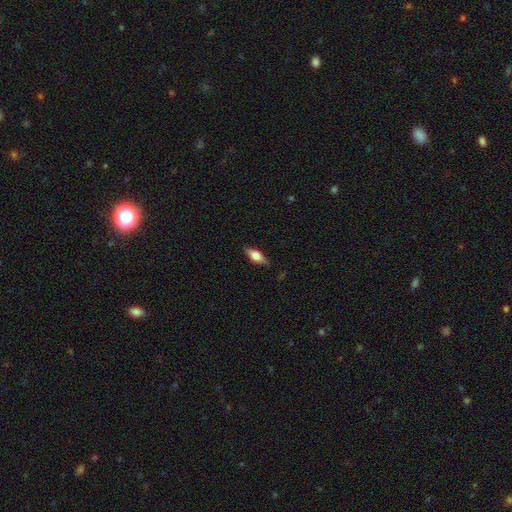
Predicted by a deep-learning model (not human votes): featured or disk 47%, smooth 46%, star or artifact 7%. Down the decision tree: merging — none (82%).